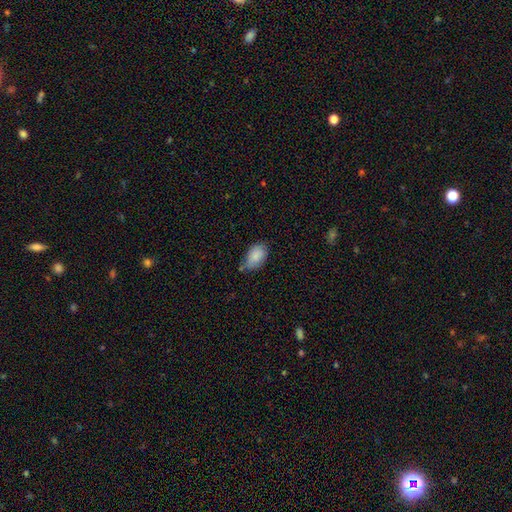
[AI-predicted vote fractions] Smooth or featured? Predicted: smooth (p=0.84). How rounded? Predicted: in between (p=0.92). Merging? Predicted: none (p=0.60).